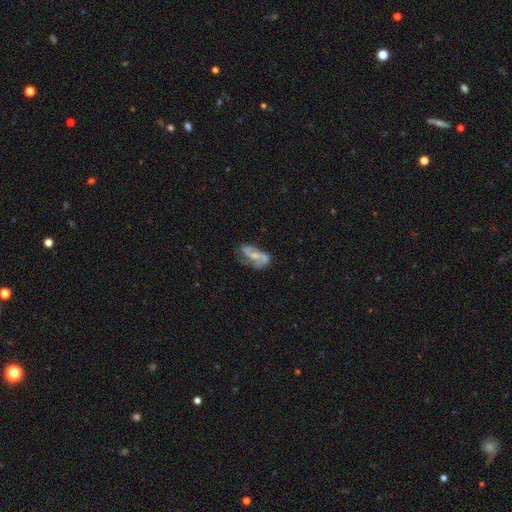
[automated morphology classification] This is likely a featured or disk galaxy (66%). It is clearly not viewed edge-on (95%). Bar: possibly no (48%). Spiral arm pattern: likely yes (74%). Central bulge: marginally small (39%). Merging: marginally none (40%).